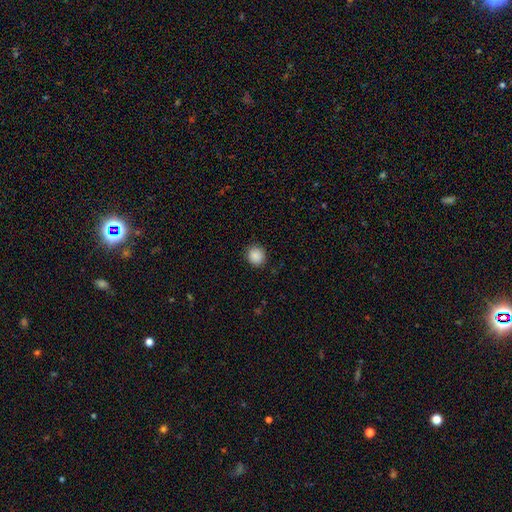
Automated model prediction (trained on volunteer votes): Morphology: type=smooth (89%); roundness=round (87%); merging=none (91%).